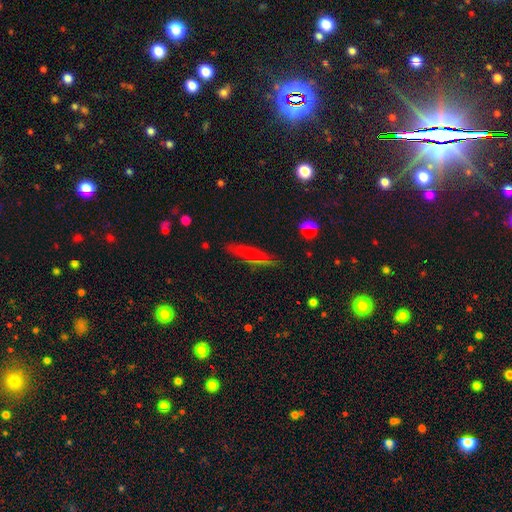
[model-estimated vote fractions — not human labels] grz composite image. It shows a smooth galaxy with no disk features (56%) that is cigar-shaped (66%). Merging: none (84%).